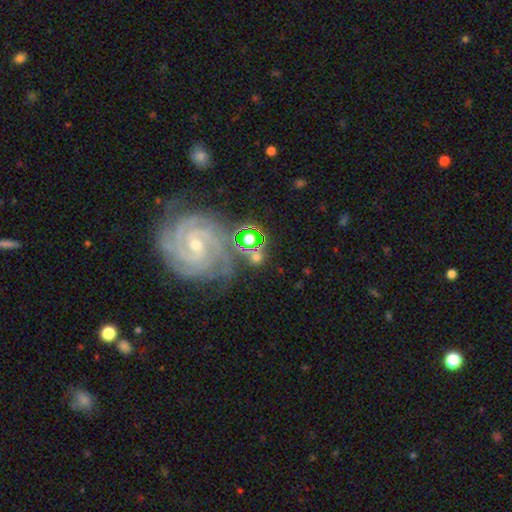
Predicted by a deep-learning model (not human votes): Smooth or featured: featured or disk — 72% (smooth — 15%)
Edge-on disk: no — 97% (yes — 3%)
Bar: no — 50% (weak — 33%)
Spiral arms: yes — 97% (no — 3%)
Spiral winding: tight — 78% (medium — 19%)
Spiral arm count: 3 — 35% (2 — 23%)
Bulge size: small — 59% (moderate — 35%)
Merging: none — 74% (minor disturbance — 15%)